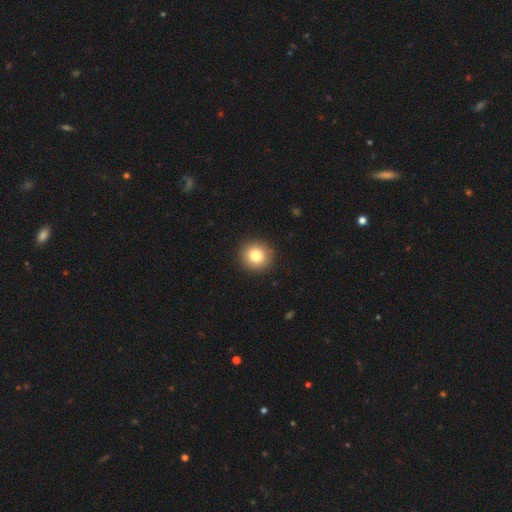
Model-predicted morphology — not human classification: Smooth or featured?
  - smooth: 82% *
  - star or artifact: 10%
  - featured or disk: 9%
How rounded?
  - round: 92% *
  - in between: 7%
  - cigar-shaped: 1%
Merging?
  - none: 92% *
  - minor disturbance: 5%
  - major disturbance: 2%
  - merger: 1%